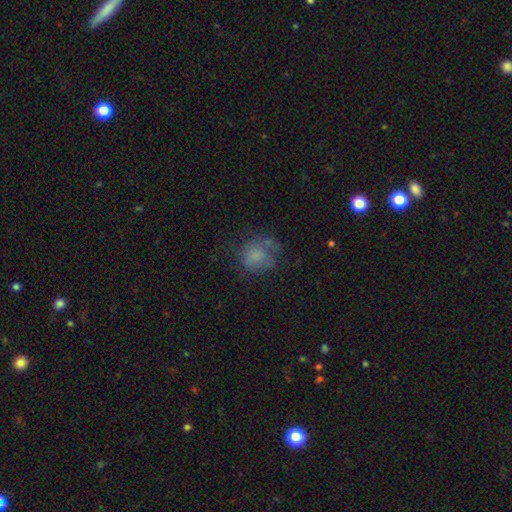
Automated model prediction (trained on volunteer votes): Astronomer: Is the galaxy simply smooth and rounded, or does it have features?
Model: smooth — 68%.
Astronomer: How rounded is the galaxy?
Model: round — 73%.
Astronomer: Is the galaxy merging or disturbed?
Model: none — 51%.